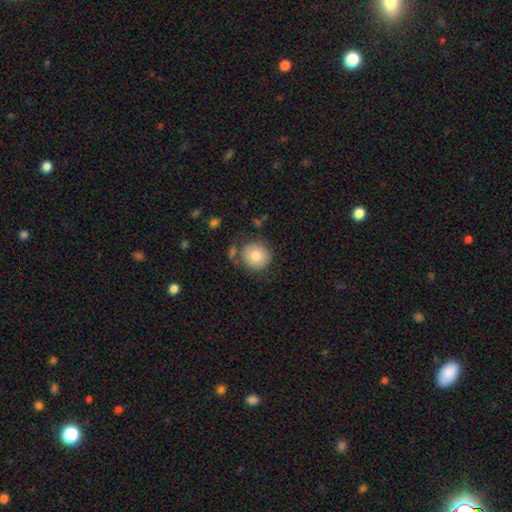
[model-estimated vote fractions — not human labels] A smooth galaxy with no disk features (81%) that is round (92%).

Vote fractions:
- Smooth or featured? smooth: 81% / featured or disk: 11% / star or artifact: 8%
- How rounded? round: 92% / in between: 7% / cigar-shaped: 1%
- Merging? none: 75% / minor disturbance: 14% / merger: 7% / major disturbance: 5%